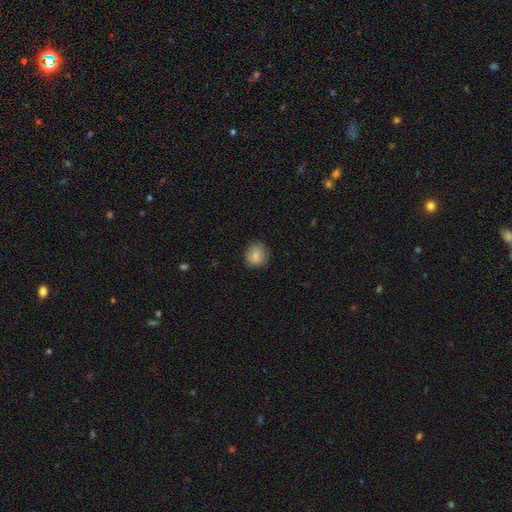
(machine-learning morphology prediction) Smooth or featured? smooth (81%)
How rounded? round (83%)
Merging? none (82%)